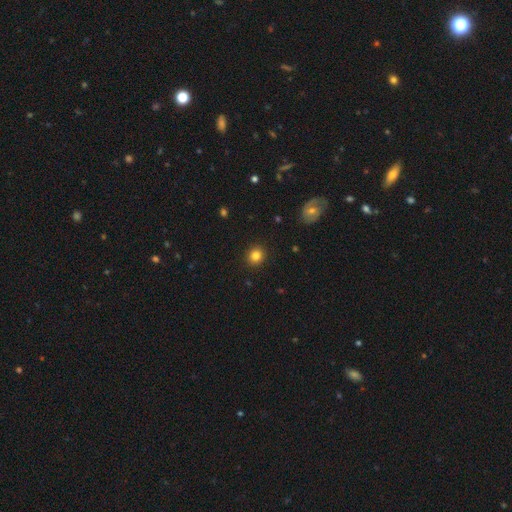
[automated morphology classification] Smooth or featured? smooth (84%)
How rounded? round (88%)
Merging? none (92%)